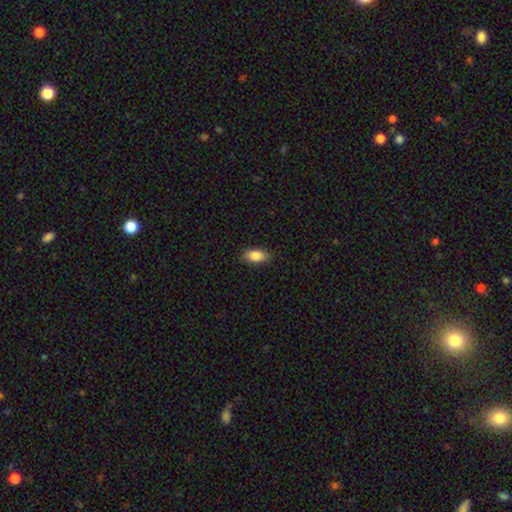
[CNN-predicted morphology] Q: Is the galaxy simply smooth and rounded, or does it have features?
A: smooth — 85%.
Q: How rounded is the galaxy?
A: in between — 90%.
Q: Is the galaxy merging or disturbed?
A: none — 87%.